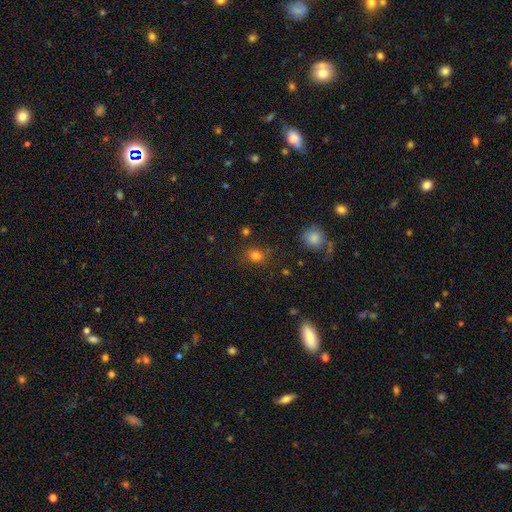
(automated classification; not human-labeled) Overall: smooth (79%). How rounded: round (52%; in between 47%). Merging: none (78%).